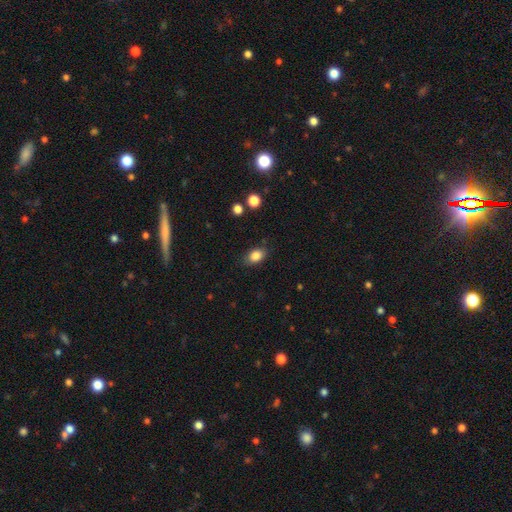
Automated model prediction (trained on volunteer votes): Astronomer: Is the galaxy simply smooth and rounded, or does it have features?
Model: smooth — 85%.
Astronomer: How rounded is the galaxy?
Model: in between — 82%.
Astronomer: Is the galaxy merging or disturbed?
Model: none — 82%.